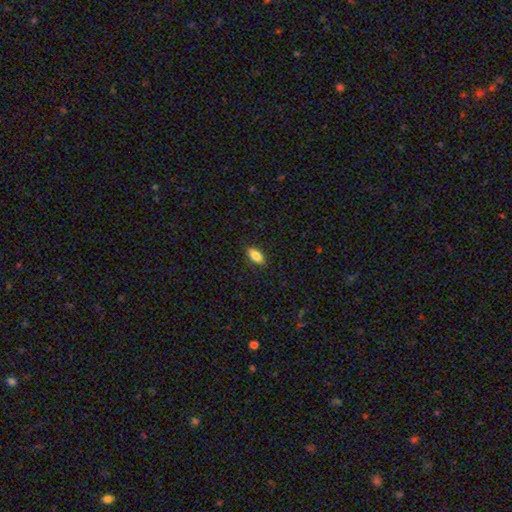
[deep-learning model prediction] smooth-or-featured: smooth: 82% | featured or disk: 11% | star or artifact: 7%
  how-rounded: in between: 86% | cigar-shaped: 11% | round: 3%
  merging: none: 88% | minor disturbance: 9% | major disturbance: 2% | merger: 1%